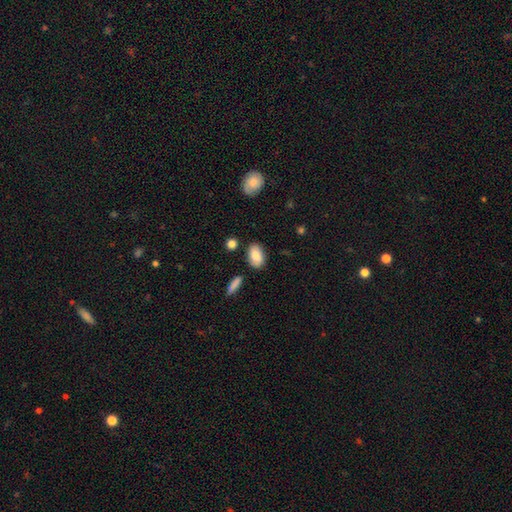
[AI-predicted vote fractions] Smooth or featured: smooth — 81% (featured or disk — 11%)
How rounded: in between — 90% (round — 7%)
Merging: none — 80% (minor disturbance — 13%)